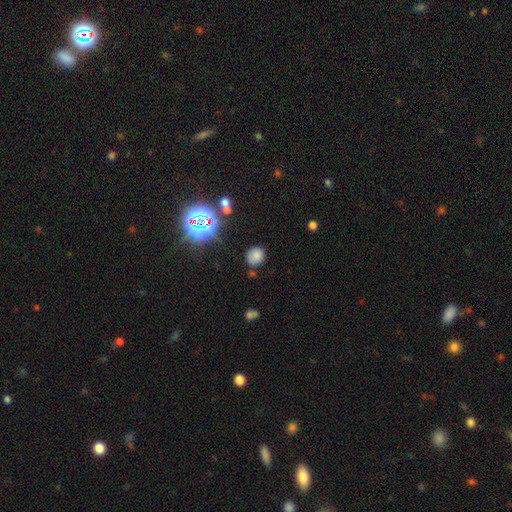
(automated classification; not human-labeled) The model was most divided on "how rounded": round: 72%, in between: 27%, cigar-shaped: 1%. More confident: merging — none (76%); smooth or featured — smooth (73%).